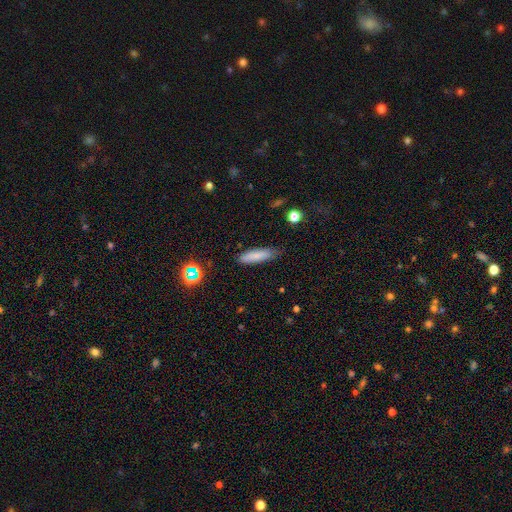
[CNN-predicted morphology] smooth_or_featured: smooth (p=0.81) [alt: featured or disk p=0.11]
how_rounded: cigar-shaped (p=0.68) [alt: in between p=0.30]
merging: none (p=0.75) [alt: minor disturbance p=0.20]